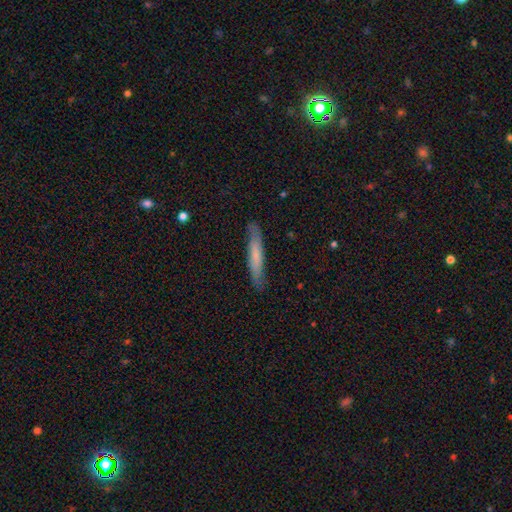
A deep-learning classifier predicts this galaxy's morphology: smooth 59%, featured or disk 36%, star or artifact 6%. Down the decision tree: how rounded — cigar-shaped (93%); merging — none (83%).